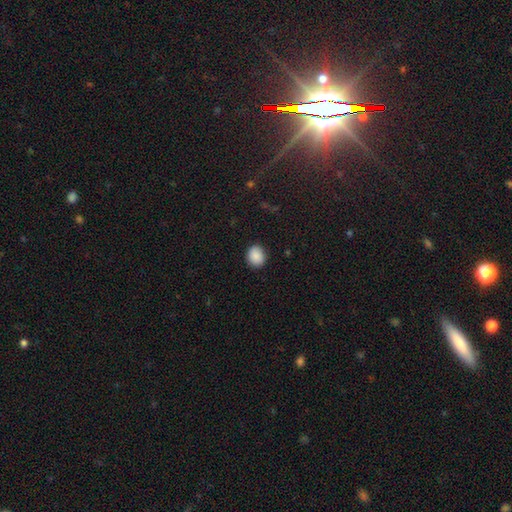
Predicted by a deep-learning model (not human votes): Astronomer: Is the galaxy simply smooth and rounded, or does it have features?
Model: smooth — 89%.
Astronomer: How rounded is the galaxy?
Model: round — 67%.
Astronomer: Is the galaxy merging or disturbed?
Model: none — 88%.